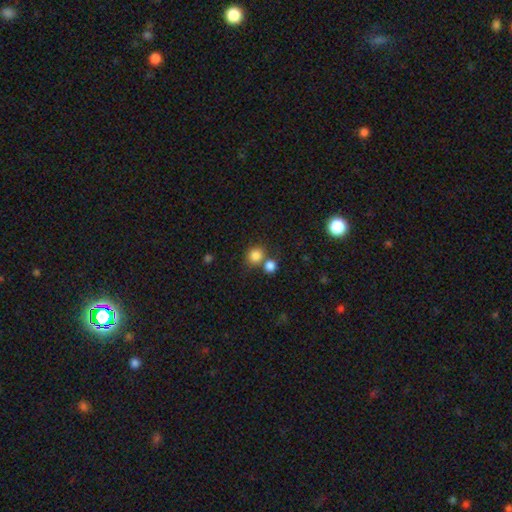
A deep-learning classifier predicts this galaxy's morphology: Smooth or featured: smooth — 84% (star or artifact — 11%)
How rounded: round — 84% (in between — 15%)
Merging: none — 58% (merger — 31%)